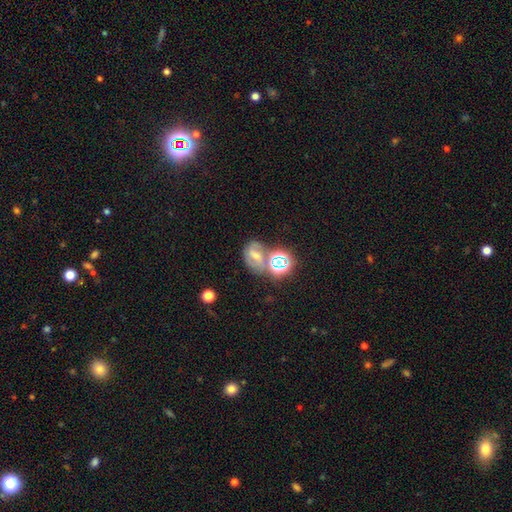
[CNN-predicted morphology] smooth-or-featured: featured or disk: 38% | star or artifact: 37% | smooth: 25%
  merging: none: 51% | merger: 26% | minor disturbance: 14% | major disturbance: 9%